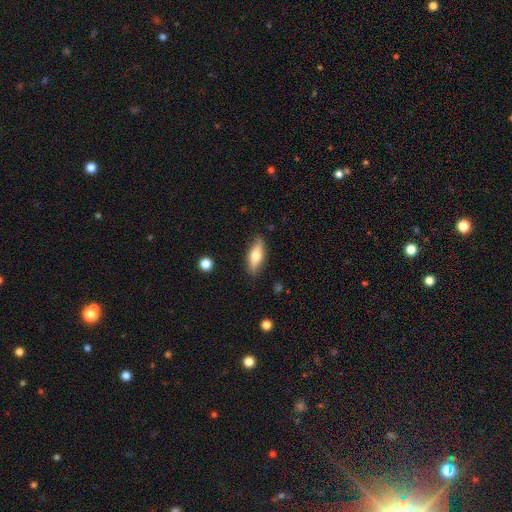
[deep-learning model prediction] Smooth or featured? smooth (66%)
How rounded? in between (63%)
Merging? none (83%)